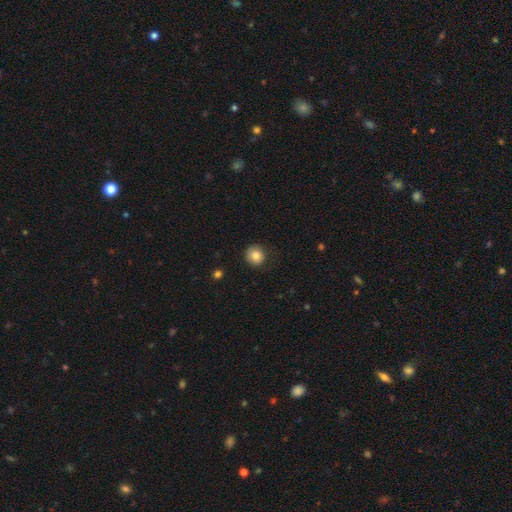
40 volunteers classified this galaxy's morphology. smooth_or_featured: smooth (p=0.80) [alt: star or artifact p=0.12]
how_rounded: round (p=1.00)
merging: none (p=0.69) [alt: minor disturbance p=0.20]